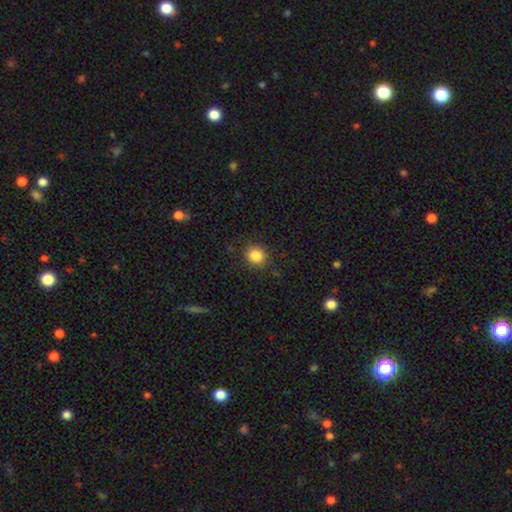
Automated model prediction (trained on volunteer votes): Morphology: type=smooth (85%); roundness=round (77%); merging=none (87%).